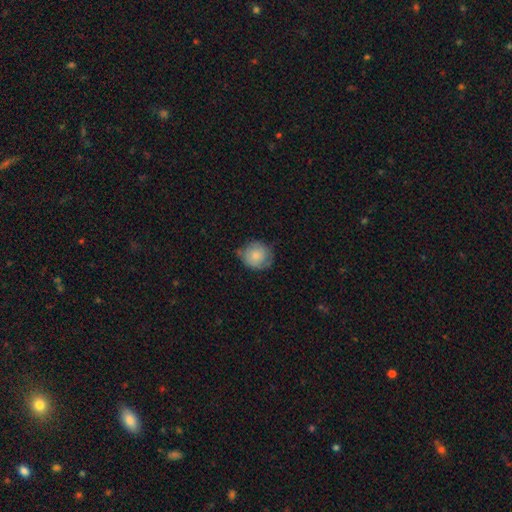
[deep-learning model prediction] This is likely a smooth galaxy (67%). How rounded: clearly round (82%). Merging: likely none (62%).